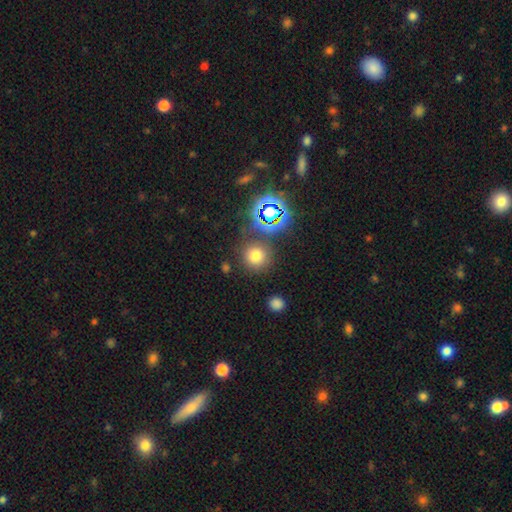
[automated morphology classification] type=smooth (70%); roundness=round (93%); merging=none (82%).